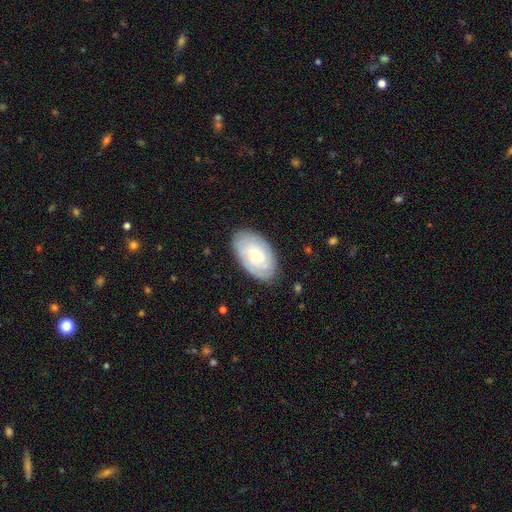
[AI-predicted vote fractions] Smooth or featured? featured or disk (53%)
Edge-on disk? no (93%)
Merging? none (83%)